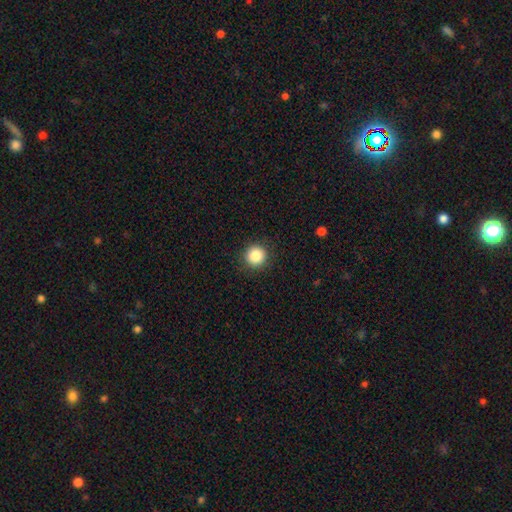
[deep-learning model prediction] A smooth galaxy with no disk features (85%) that is round (94%).

Vote fractions:
- Smooth or featured? smooth: 85% / star or artifact: 10% / featured or disk: 5%
- How rounded? round: 94% / in between: 5% / cigar-shaped: 1%
- Merging? none: 90% / minor disturbance: 6% / major disturbance: 2% / merger: 1%